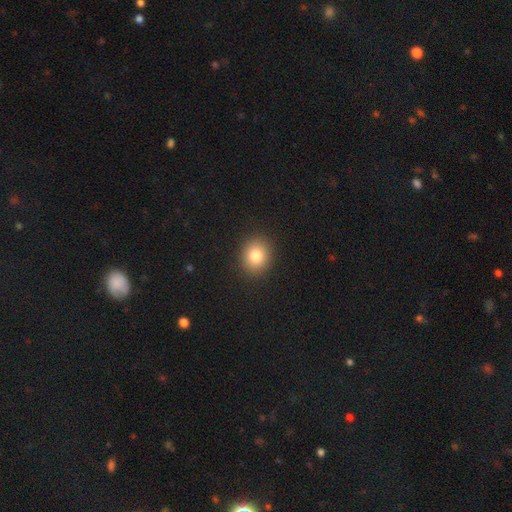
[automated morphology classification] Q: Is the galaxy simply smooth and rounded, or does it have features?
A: smooth — 83%.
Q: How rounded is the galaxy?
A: round — 72%.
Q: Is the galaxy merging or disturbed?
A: none — 90%.